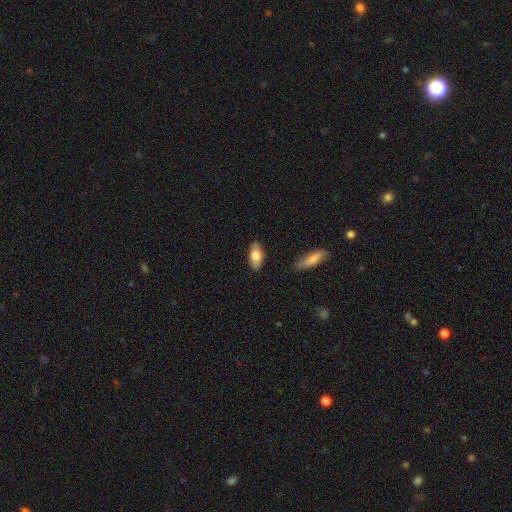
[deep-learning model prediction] Smooth or featured: smooth — 75% (featured or disk — 19%)
How rounded: in between — 84% (cigar-shaped — 13%)
Merging: none — 85% (minor disturbance — 11%)